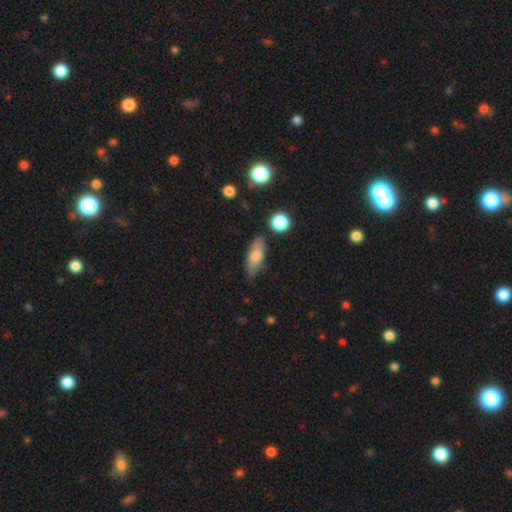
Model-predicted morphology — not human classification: type=smooth (73%); roundness=in between (77%); merging=none (68%).